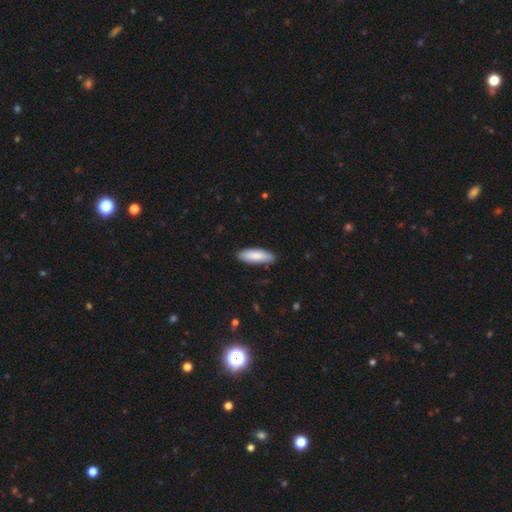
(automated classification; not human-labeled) Smooth or featured?
  - smooth: 86% *
  - featured or disk: 9%
  - star or artifact: 5%
How rounded?
  - in between: 56% *
  - cigar-shaped: 42%
  - round: 1%
Merging?
  - none: 87% *
  - minor disturbance: 10%
  - major disturbance: 2%
  - merger: 1%